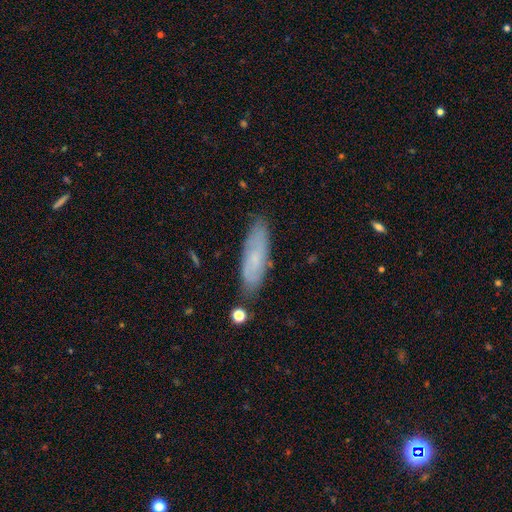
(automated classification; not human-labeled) Smooth or featured? smooth (52%)
How rounded? cigar-shaped (59%)
Merging? none (84%)